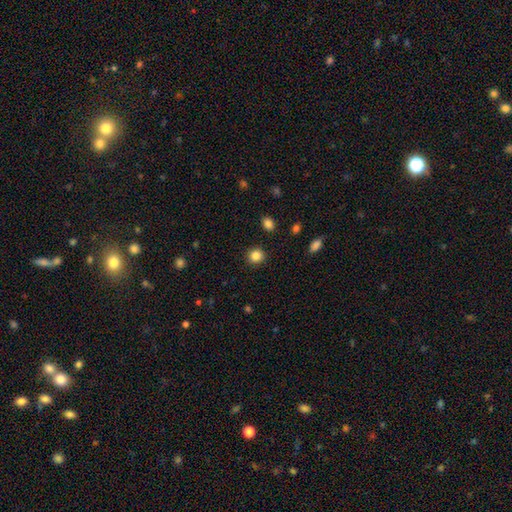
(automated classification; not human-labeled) A smooth galaxy with no disk features (86%) that is round (89%). Merging: none (91%).